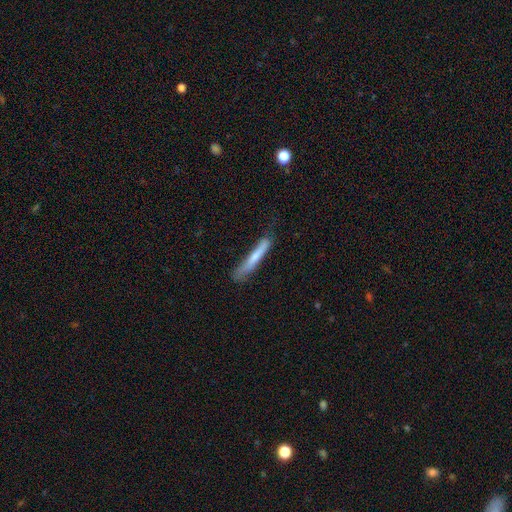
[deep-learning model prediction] Q: Smooth or featured?
A: smooth (66%); runner-up: featured or disk (29%)
Q: How rounded?
A: cigar-shaped (94%); runner-up: in between (5%)
Q: Merging?
A: none (62%); runner-up: minor disturbance (27%)